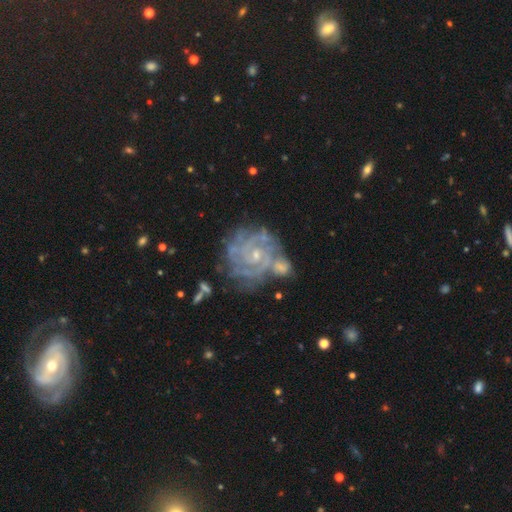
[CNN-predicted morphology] A featured or disk galaxy (87%) with no bar (69%), tight (78%) spiral arms (97%) and a small central bulge (72%). Merging: none (54%).